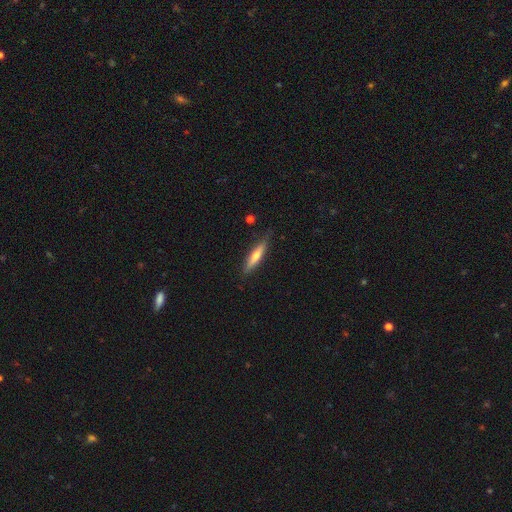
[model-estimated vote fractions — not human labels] Smooth or featured: smooth — 54% (featured or disk — 41%)
How rounded: cigar-shaped — 82% (in between — 16%)
Merging: none — 82% (minor disturbance — 14%)